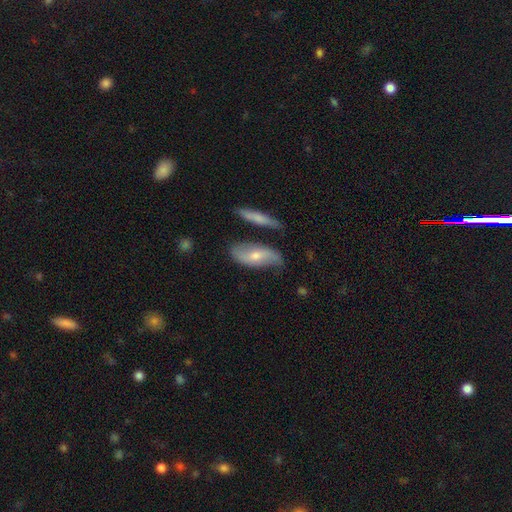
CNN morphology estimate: type=featured or disk (57%); edge-on=no (81%); merging=none (62%).